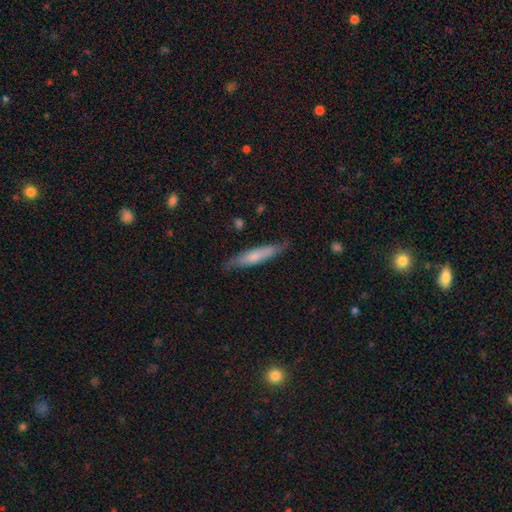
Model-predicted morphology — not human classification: Overall: smooth (63%; featured or disk 32%). How rounded: cigar-shaped (86%). Merging: none (79%).